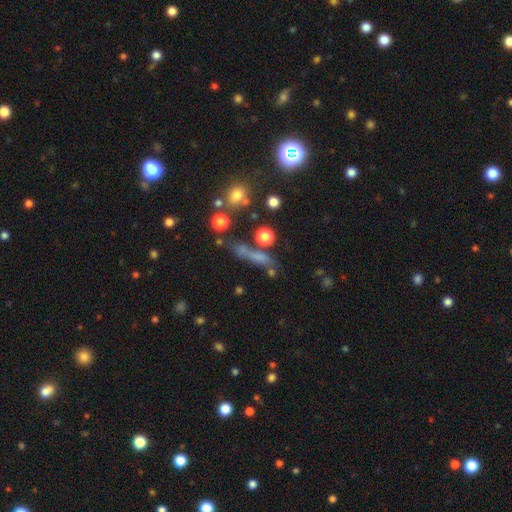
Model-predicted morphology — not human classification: A smooth galaxy with no disk features (52%) that is cigar-shaped (66%).

Vote fractions:
- Smooth or featured? smooth: 52% / star or artifact: 24% / featured or disk: 24%
- How rounded? cigar-shaped: 66% / in between: 17% / round: 17%
- Merging? none: 60% / minor disturbance: 17% / merger: 13% / major disturbance: 11%